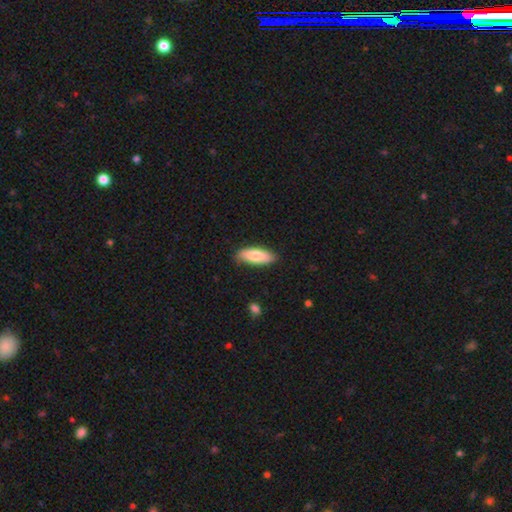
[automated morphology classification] This appears to be a smooth galaxy with no disk features (80%) that is in between round and cigar-shaped (73%). Merging: none (83%).